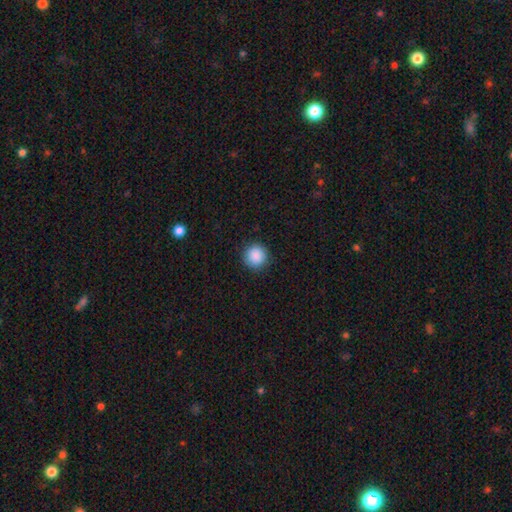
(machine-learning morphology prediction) This is clearly a smooth galaxy (89%). How rounded: clearly round (95%). Merging: clearly none (91%).